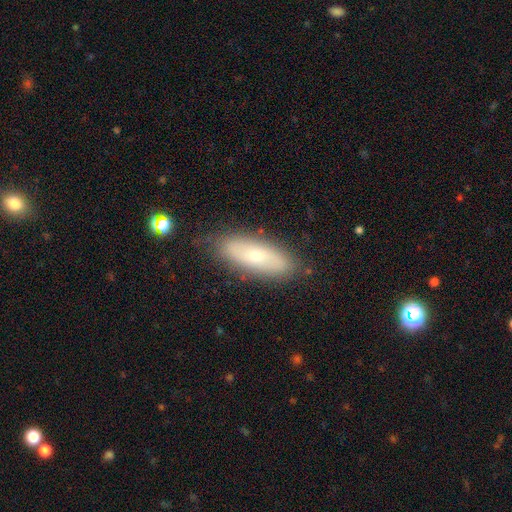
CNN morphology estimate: Smooth or featured? smooth (59%)
How rounded? in between (68%)
Merging? none (81%)